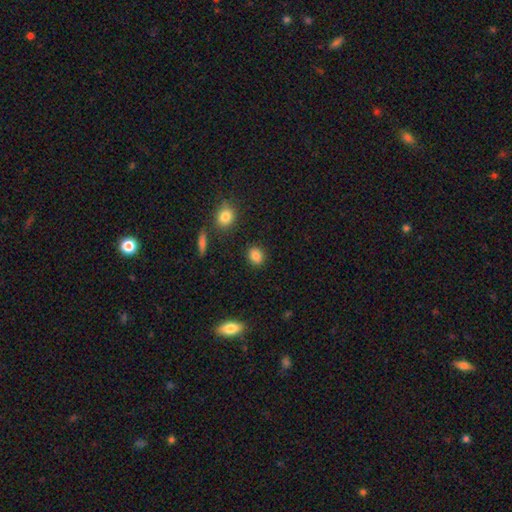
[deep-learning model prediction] The model was most divided on "how rounded": round: 56%, in between: 42%, cigar-shaped: 2%. More confident: merging — none (88%); smooth or featured — smooth (85%).